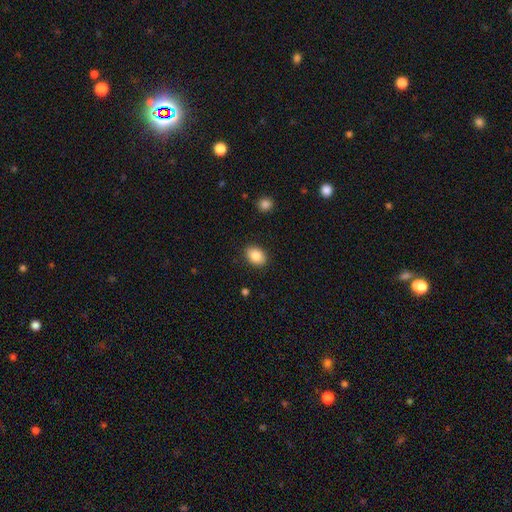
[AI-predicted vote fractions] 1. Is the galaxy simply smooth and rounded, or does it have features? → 86% smooth, 8% star or artifact, 6% featured or disk.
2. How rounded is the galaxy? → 75% in between, 24% round, 1% cigar-shaped.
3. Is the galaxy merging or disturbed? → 89% none, 8% minor disturbance, 2% major disturbance, 1% merger.